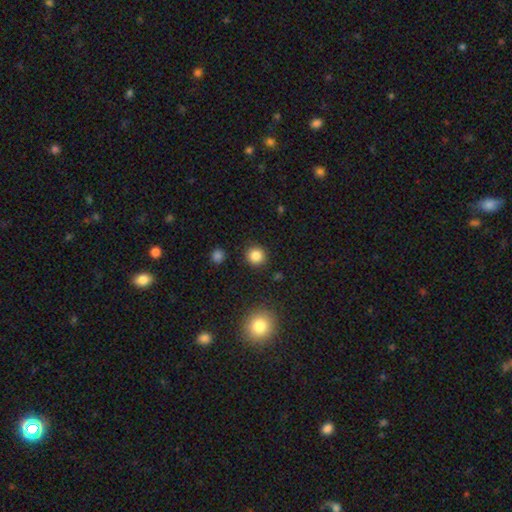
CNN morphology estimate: Smooth or featured? smooth (85%)
How rounded? round (93%)
Merging? none (90%)